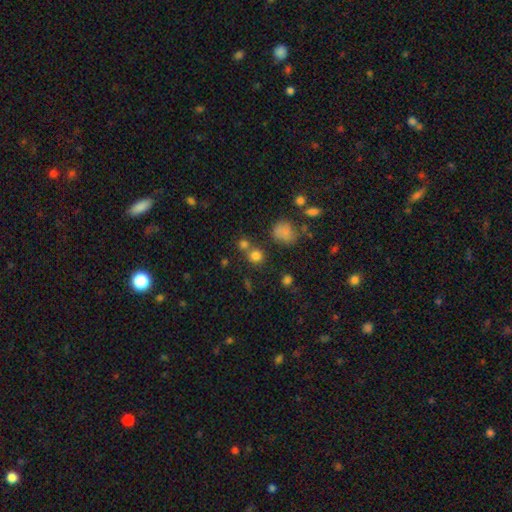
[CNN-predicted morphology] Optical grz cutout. It shows a smooth galaxy with no disk features (75%) that is round (85%). Merging: none (62%).